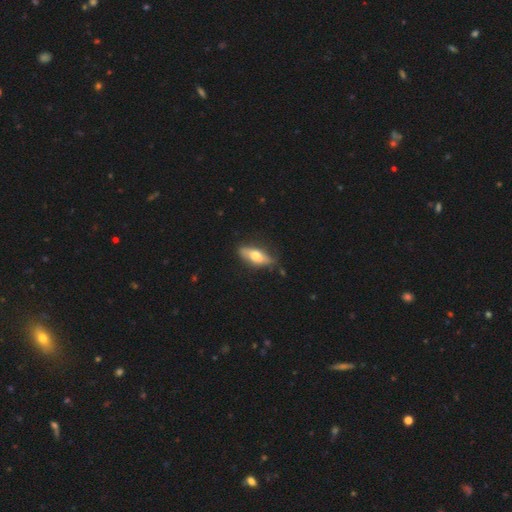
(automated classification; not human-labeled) Smooth or featured? Predicted: smooth (p=0.53). How rounded? Predicted: in between (p=0.71). Merging? Predicted: none (p=0.69).